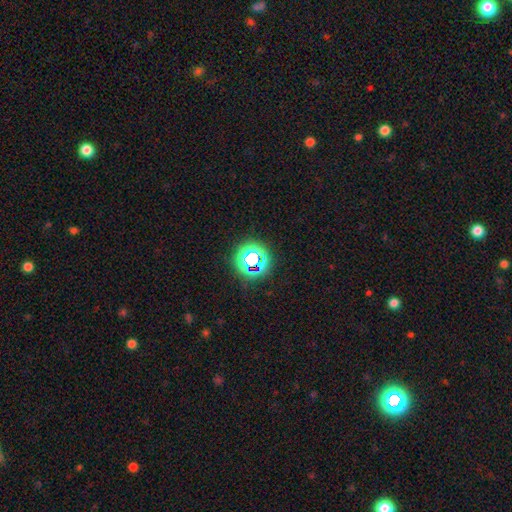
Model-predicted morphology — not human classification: Q: Smooth or featured?
A: star or artifact (64%); runner-up: smooth (26%)